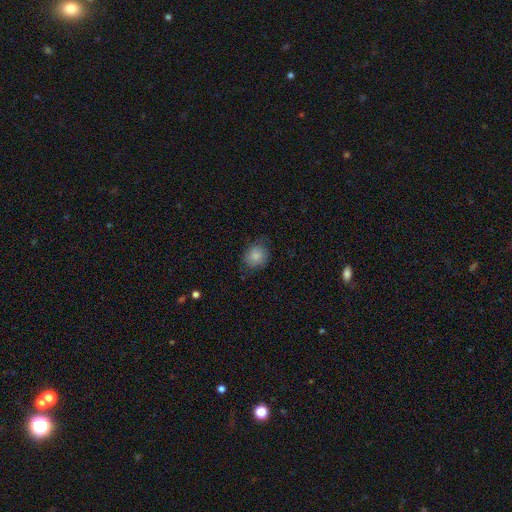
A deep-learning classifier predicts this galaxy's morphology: smooth_or_featured: smooth (p=0.80) [alt: featured or disk p=0.12]
how_rounded: round (p=0.70) [alt: in between p=0.29]
merging: none (p=0.70) [alt: minor disturbance p=0.22]